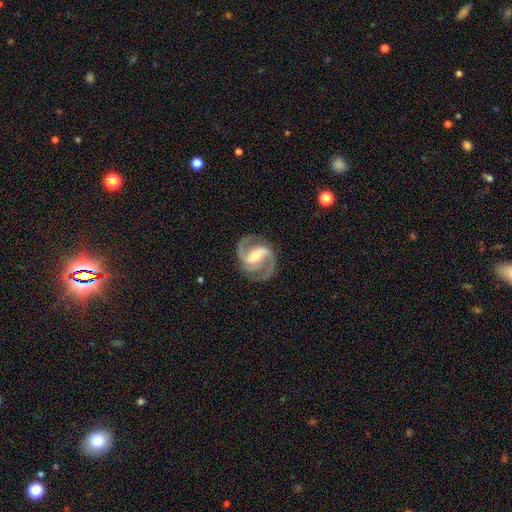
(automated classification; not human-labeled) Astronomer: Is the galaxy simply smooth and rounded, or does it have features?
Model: featured or disk — 92%.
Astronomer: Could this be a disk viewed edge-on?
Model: no — 98%.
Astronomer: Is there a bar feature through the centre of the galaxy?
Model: strong — 47% (runner-up: weak, 40%).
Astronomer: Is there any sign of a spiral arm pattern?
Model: yes — 98%.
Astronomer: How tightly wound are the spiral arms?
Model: medium — 63%.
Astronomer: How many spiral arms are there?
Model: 2 — 83%.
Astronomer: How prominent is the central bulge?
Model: moderate — 48% (runner-up: small, 43%).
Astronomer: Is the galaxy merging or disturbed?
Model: none — 81%.